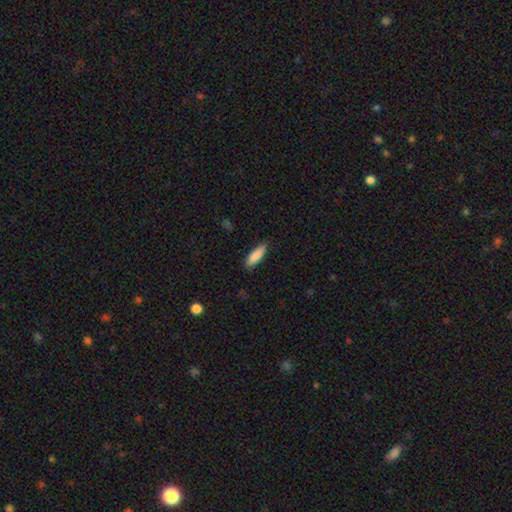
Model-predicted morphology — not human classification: Overall: smooth (86%). How rounded: cigar-shaped (53%; in between 46%). Merging: none (85%).